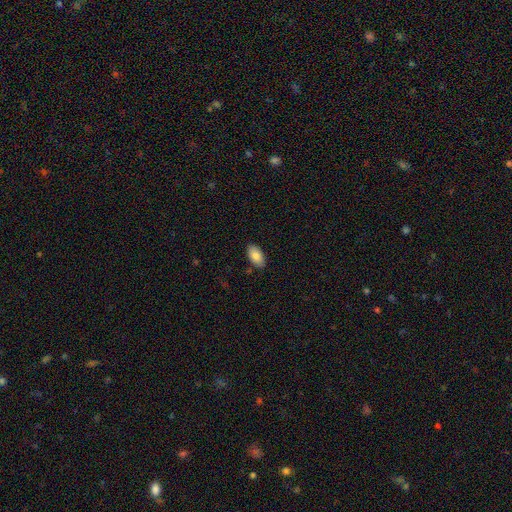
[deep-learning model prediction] This appears to be a smooth galaxy with no disk features (84%) that is in between round and cigar-shaped (95%). Merging: none (86%).